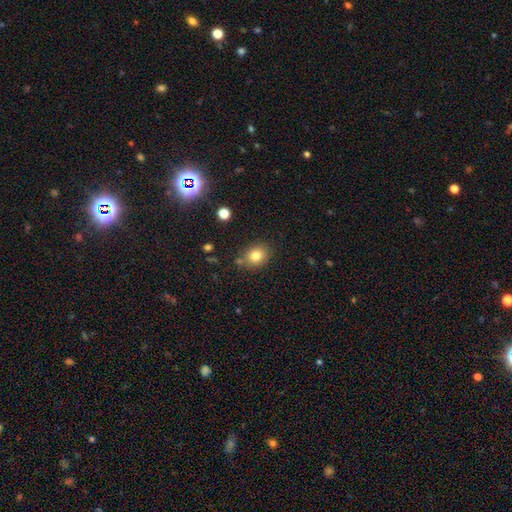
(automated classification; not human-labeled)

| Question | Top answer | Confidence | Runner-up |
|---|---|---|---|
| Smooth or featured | smooth | 81% | star or artifact (11%) |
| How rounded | round | 53% | in between (46%) |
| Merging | none | 77% | minor disturbance (13%) |